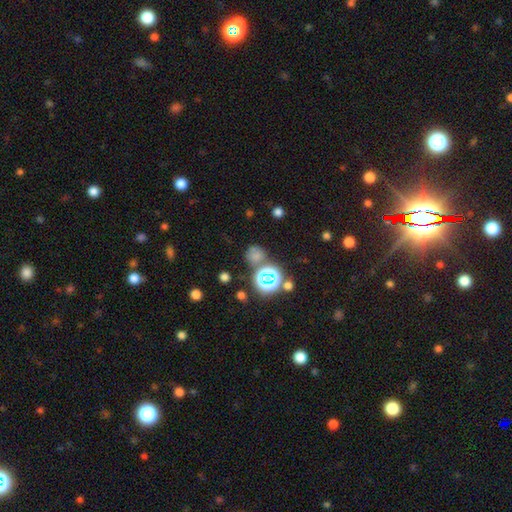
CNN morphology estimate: Smooth or featured?
  - smooth: 57% *
  - star or artifact: 34%
  - featured or disk: 9%
How rounded?
  - round: 83% *
  - in between: 16%
  - cigar-shaped: 1%
Merging?
  - none: 64% *
  - merger: 16%
  - minor disturbance: 13%
  - major disturbance: 7%